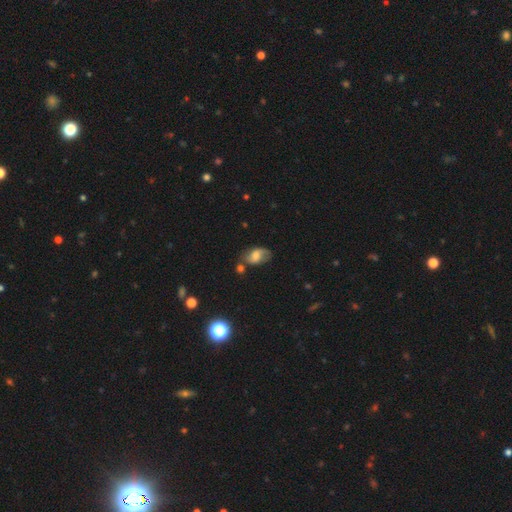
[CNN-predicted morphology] Smooth or featured? Predicted: smooth (p=0.50). How rounded? Predicted: in between (p=0.87). Merging? Predicted: none (p=0.58).